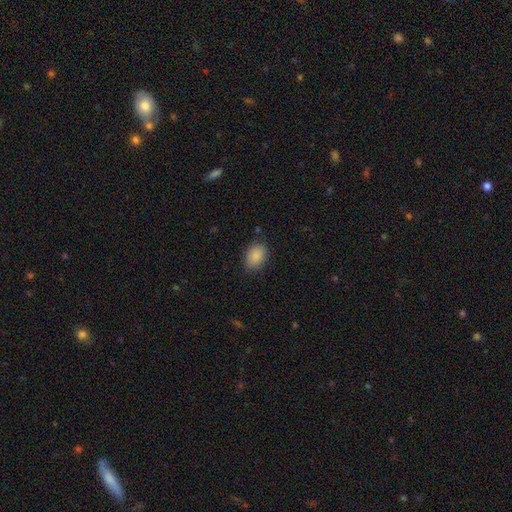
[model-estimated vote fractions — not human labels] This is clearly a smooth galaxy (88%). How rounded: likely in between (78%). Merging: clearly none (85%).